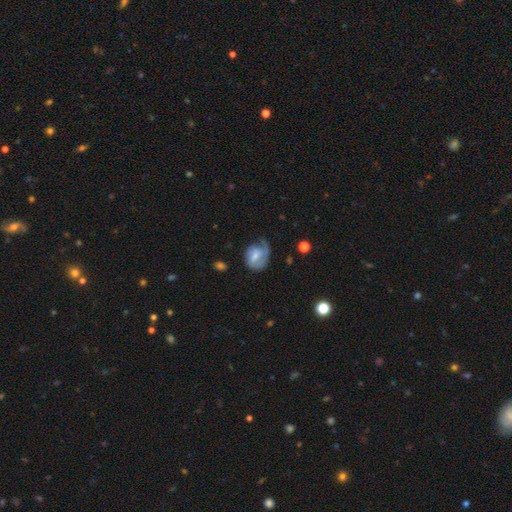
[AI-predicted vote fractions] The model was most divided on "bulge size": moderate: 42%, small: 41%, none: 11%, large: 5%, dominant: 1%. Remaining: edge-on disk — no (97%); spiral arms — yes (81%); smooth or featured — featured or disk (55%); bar — weak (51%); merging — none (41%).